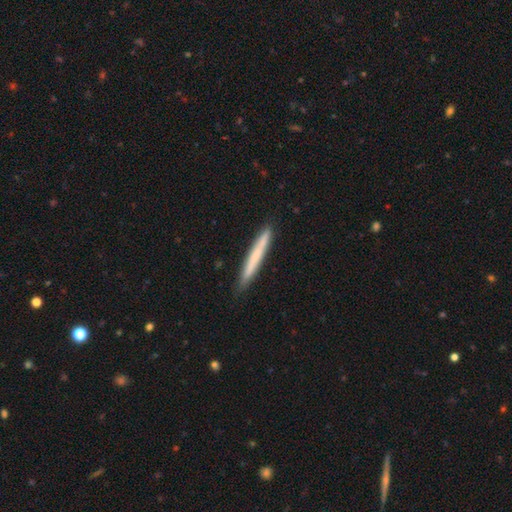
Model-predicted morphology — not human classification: smooth 66%, featured or disk 29%, star or artifact 6%. Down the decision tree: how rounded — cigar-shaped (97%); merging — none (90%).